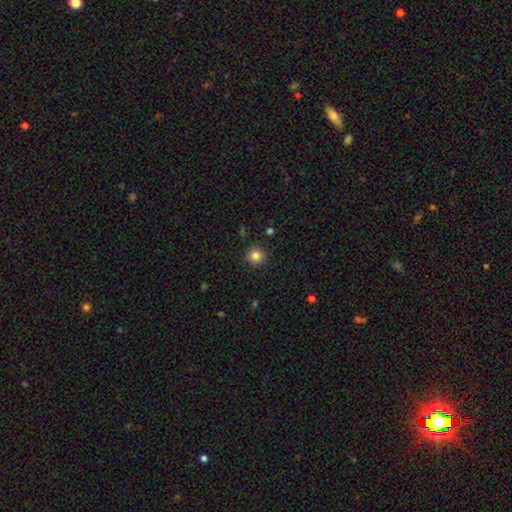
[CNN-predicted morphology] smooth-or-featured: smooth: 84% | star or artifact: 11% | featured or disk: 5%
  how-rounded: round: 95% | in between: 4% | cigar-shaped: 1%
  merging: none: 91% | minor disturbance: 6% | major disturbance: 2% | merger: 1%